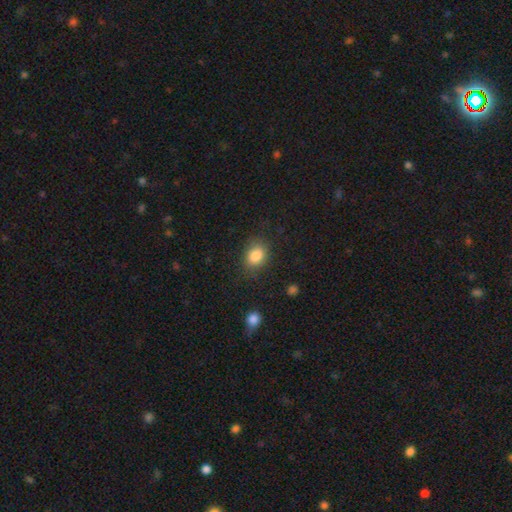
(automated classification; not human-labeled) Smooth or featured? smooth (85%)
How rounded? in between (56%)
Merging? none (80%)